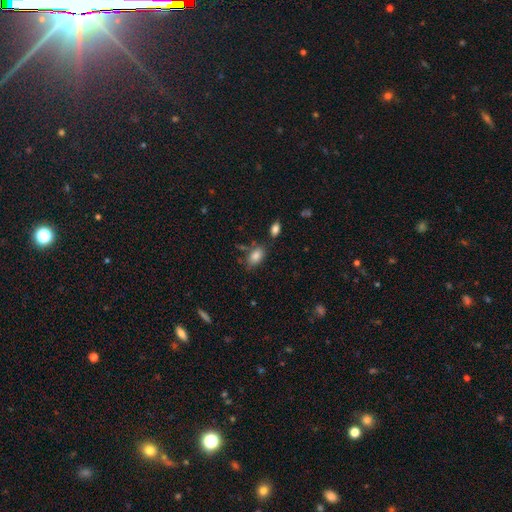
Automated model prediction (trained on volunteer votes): smooth_or_featured: smooth (p=0.84) [alt: star or artifact p=0.08]
how_rounded: in between (p=0.90) [alt: round p=0.07]
merging: none (p=0.69) [alt: minor disturbance p=0.17]